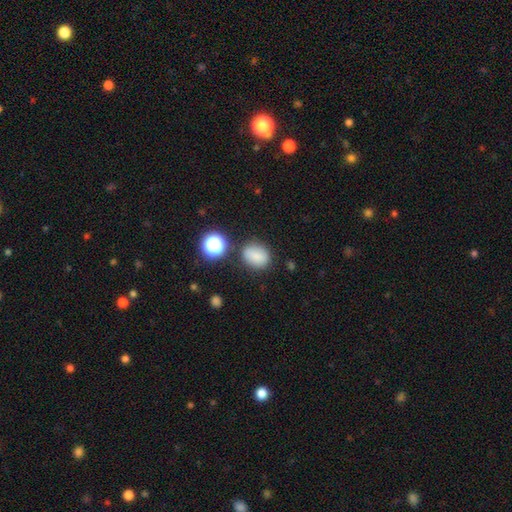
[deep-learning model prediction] Overall: smooth (80%). How rounded: in between (51%; round 48%). Merging: none (73%).